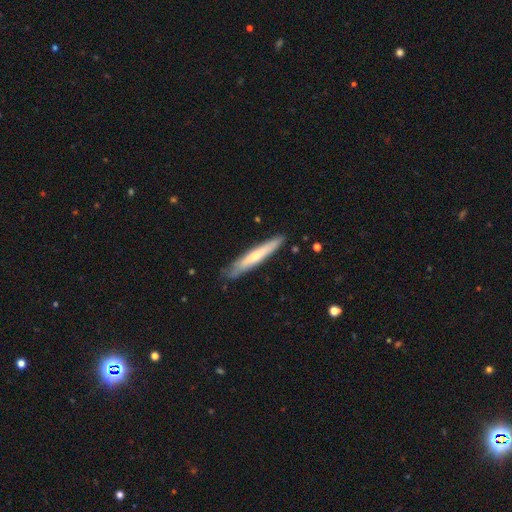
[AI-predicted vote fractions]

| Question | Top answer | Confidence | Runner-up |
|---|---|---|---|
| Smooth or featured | smooth | 49% | featured or disk (45%) |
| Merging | none | 80% | minor disturbance (16%) |